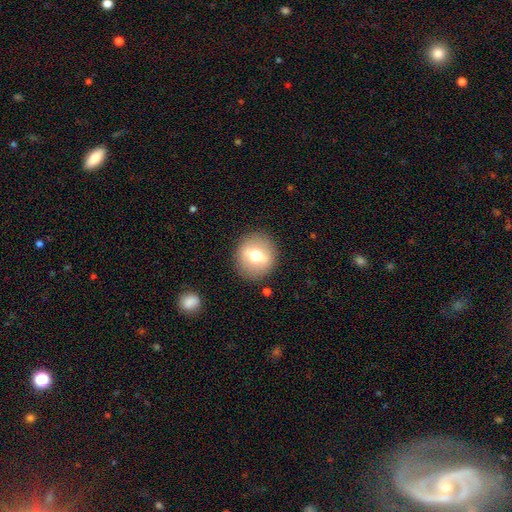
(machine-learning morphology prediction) Smooth or featured: smooth — 57% (featured or disk — 34%)
How rounded: round — 83% (in between — 16%)
Merging: none — 88% (minor disturbance — 7%)